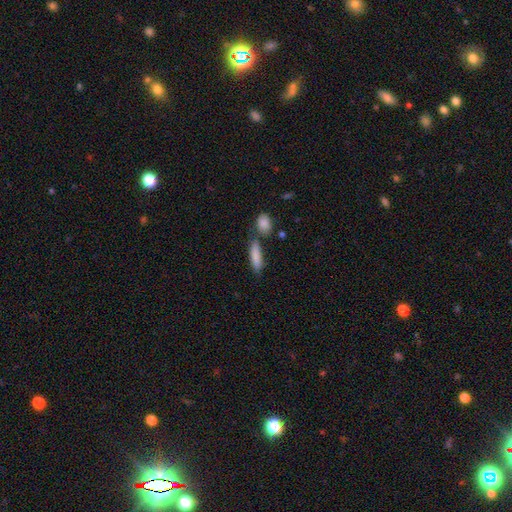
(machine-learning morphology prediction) smooth_or_featured: smooth (p=0.85) [alt: featured or disk p=0.09]
how_rounded: cigar-shaped (p=0.60) [alt: in between p=0.37]
merging: none (p=0.67) [alt: merger p=0.16]